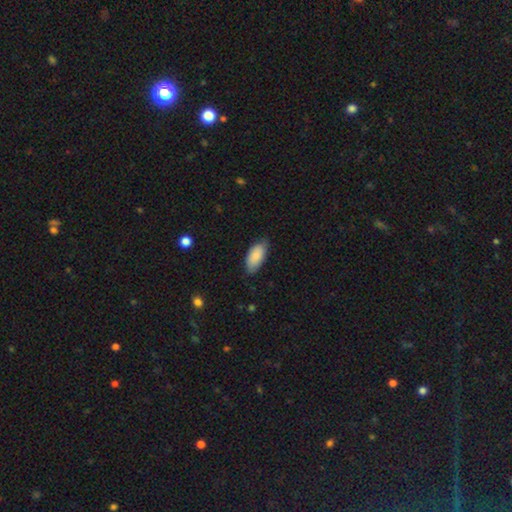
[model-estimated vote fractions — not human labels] smooth_or_featured: smooth (p=0.87) [alt: featured or disk p=0.07]
how_rounded: in between (p=0.93) [alt: cigar-shaped p=0.06]
merging: none (p=0.74) [alt: minor disturbance p=0.22]